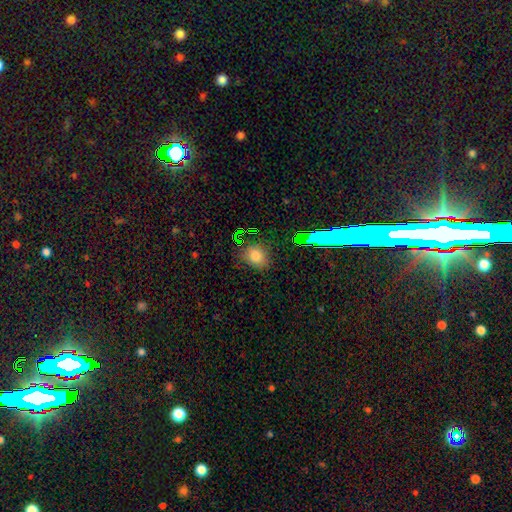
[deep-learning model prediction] Smooth or featured: smooth — 76% (star or artifact — 16%)
How rounded: round — 57% (in between — 42%)
Merging: none — 80% (minor disturbance — 14%)